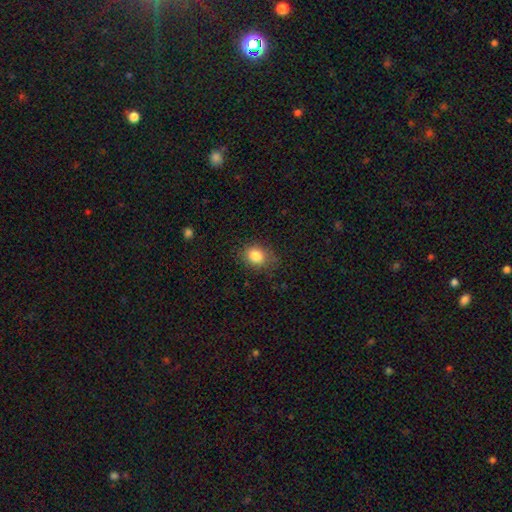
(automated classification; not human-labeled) Smooth or featured? Predicted: smooth (p=0.84). How rounded? Predicted: in between (p=0.56). Merging? Predicted: none (p=0.77).